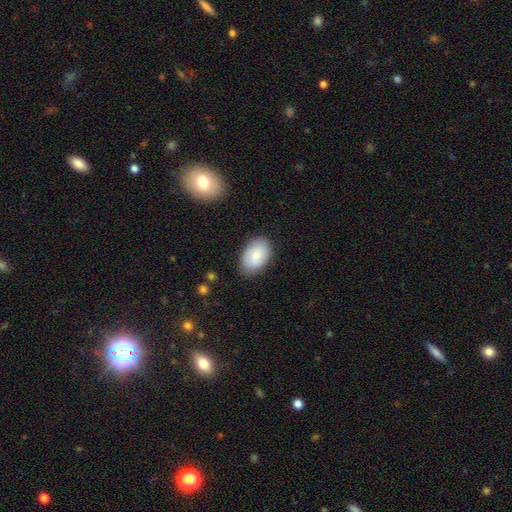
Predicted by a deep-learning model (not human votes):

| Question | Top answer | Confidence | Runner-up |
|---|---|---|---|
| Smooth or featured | smooth | 80% | featured or disk (13%) |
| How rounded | in between | 90% | round (9%) |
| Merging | none | 82% | minor disturbance (14%) |